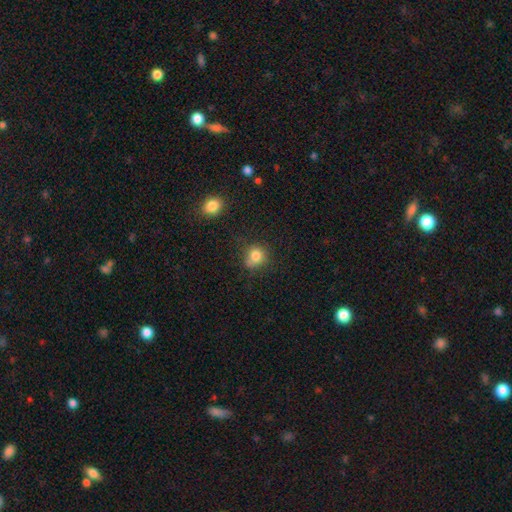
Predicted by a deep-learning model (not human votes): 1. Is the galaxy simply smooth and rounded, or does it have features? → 81% smooth, 12% star or artifact, 8% featured or disk.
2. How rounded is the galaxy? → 82% round, 18% in between, 1% cigar-shaped.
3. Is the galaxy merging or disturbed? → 63% none, 22% minor disturbance, 8% merger, 7% major disturbance.